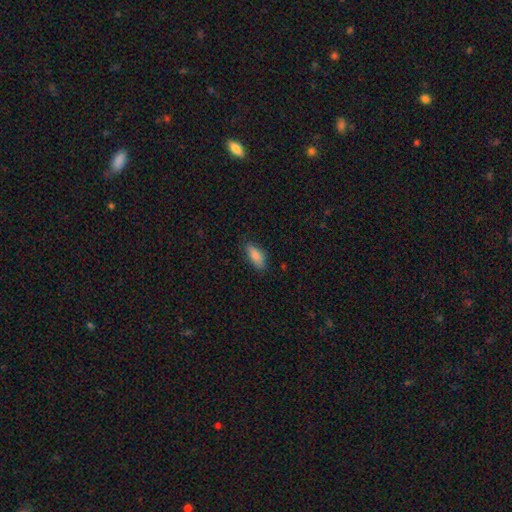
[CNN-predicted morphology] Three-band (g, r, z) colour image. It shows a smooth galaxy with no disk features (85%) that is in between round and cigar-shaped (78%). Merging: none (81%).